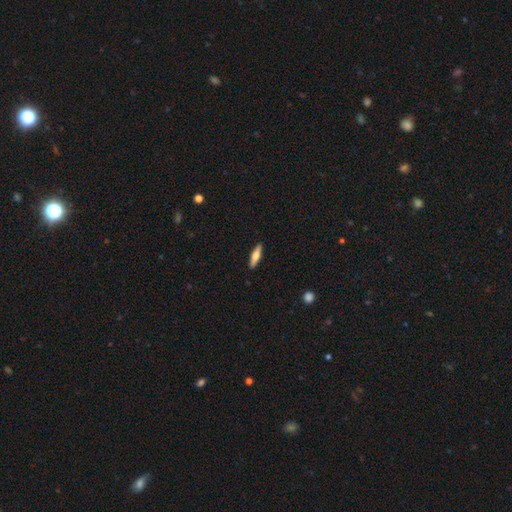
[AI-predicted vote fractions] Smooth or featured? Predicted: smooth (p=0.55). How rounded? Predicted: cigar-shaped (p=0.71). Merging? Predicted: none (p=0.91).